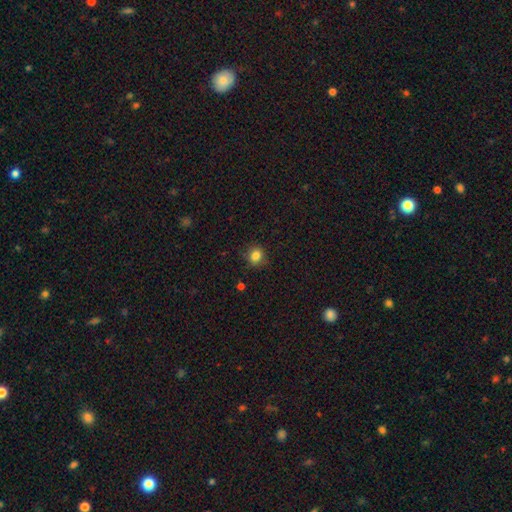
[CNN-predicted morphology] Smooth or featured?
  - smooth: 84% *
  - star or artifact: 12%
  - featured or disk: 5%
How rounded?
  - round: 76% *
  - in between: 23%
  - cigar-shaped: 1%
Merging?
  - none: 83% *
  - minor disturbance: 13%
  - major disturbance: 3%
  - merger: 1%